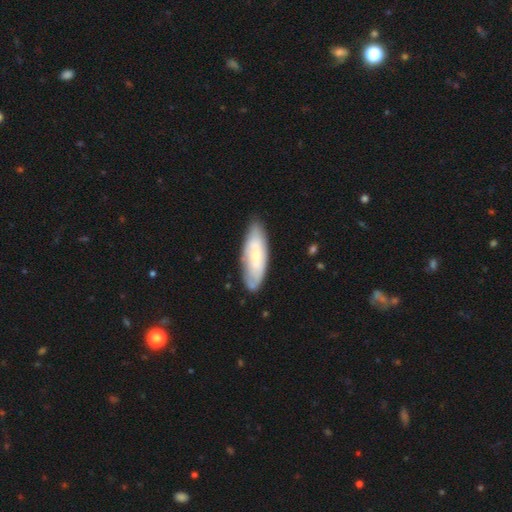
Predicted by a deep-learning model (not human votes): Smooth or featured?
  - smooth: 55% *
  - featured or disk: 40%
  - star or artifact: 6%
How rounded?
  - in between: 62% *
  - cigar-shaped: 37%
  - round: 2%
Merging?
  - none: 77% *
  - minor disturbance: 17%
  - major disturbance: 3%
  - merger: 2%